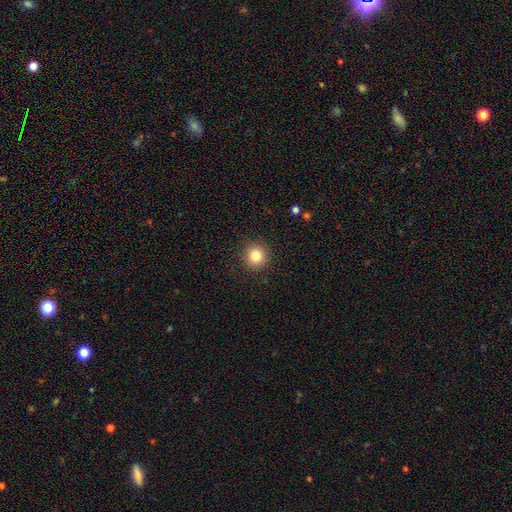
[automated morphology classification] type=smooth (83%); roundness=round (93%); merging=none (91%).